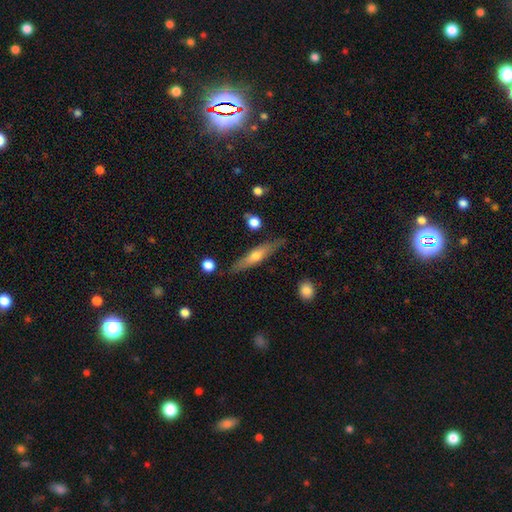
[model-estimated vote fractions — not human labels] smooth_or_featured: featured or disk (p=0.53) [alt: smooth p=0.41]
disk_edge_on: yes (p=0.89) [alt: no p=0.11]
merging: none (p=0.83) [alt: minor disturbance p=0.12]